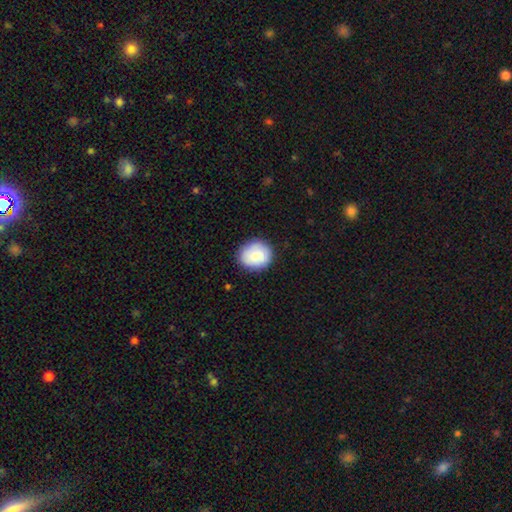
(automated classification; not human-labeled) Overall: smooth (80%). How rounded: round (80%). Merging: none (86%).